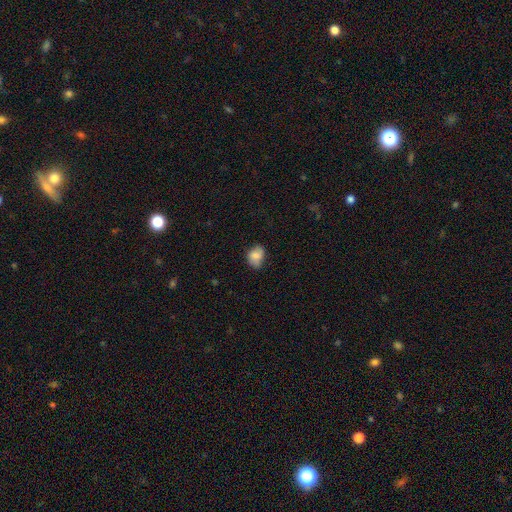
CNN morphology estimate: Overall: smooth (76%). How rounded: in between (67%; round 32%). Merging: none (57%; minor disturbance 32%).